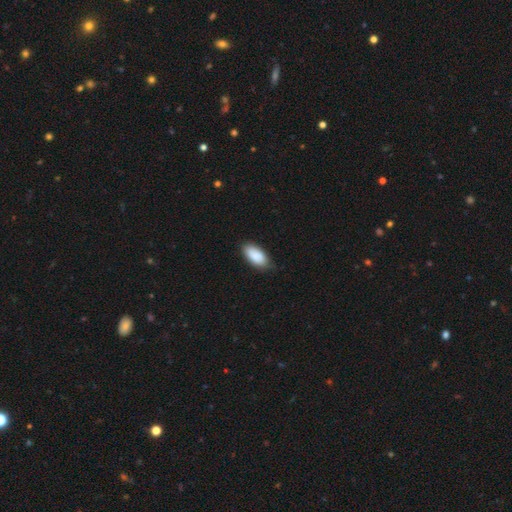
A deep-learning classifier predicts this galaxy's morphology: The model was most divided on "merging": none: 73%, minor disturbance: 23%, major disturbance: 3%, merger: 1%. More confident: how rounded — in between (92%); smooth or featured — smooth (88%).